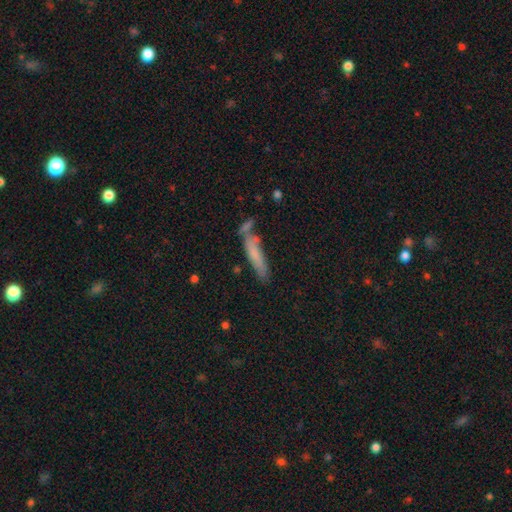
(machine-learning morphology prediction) Q: Smooth or featured?
A: smooth (73%); runner-up: featured or disk (20%)
Q: How rounded?
A: cigar-shaped (80%); runner-up: in between (18%)
Q: Merging?
A: none (57%); runner-up: minor disturbance (19%)